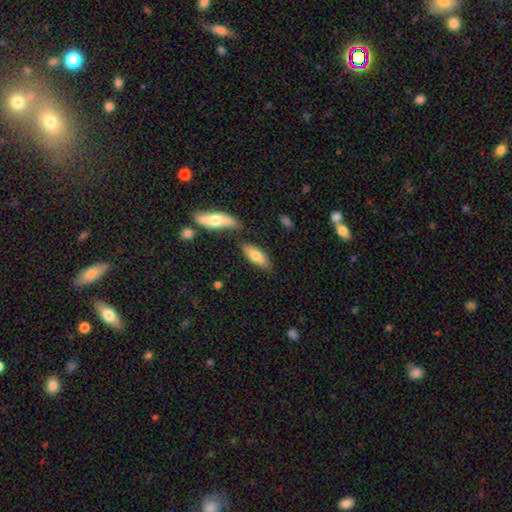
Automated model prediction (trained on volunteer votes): Overall: smooth (74%). How rounded: in between (73%). Merging: none (68%).